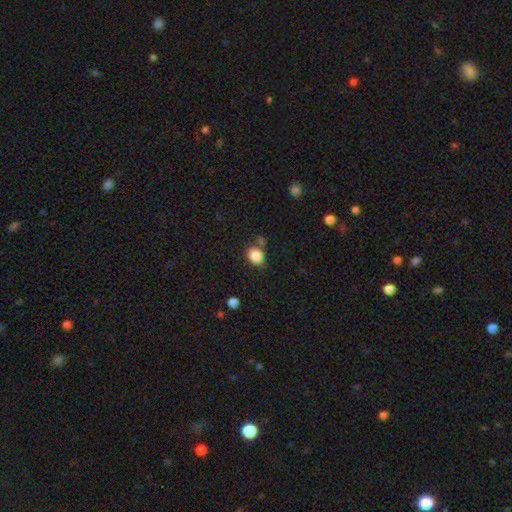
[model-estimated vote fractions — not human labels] Morphology: type=smooth (86%); roundness=in between (54%); merging=none (67%).